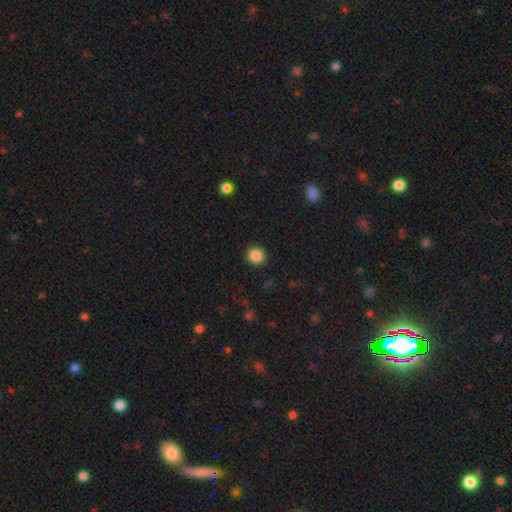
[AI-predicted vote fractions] Morphology: type=smooth (87%); roundness=round (86%); merging=none (91%).